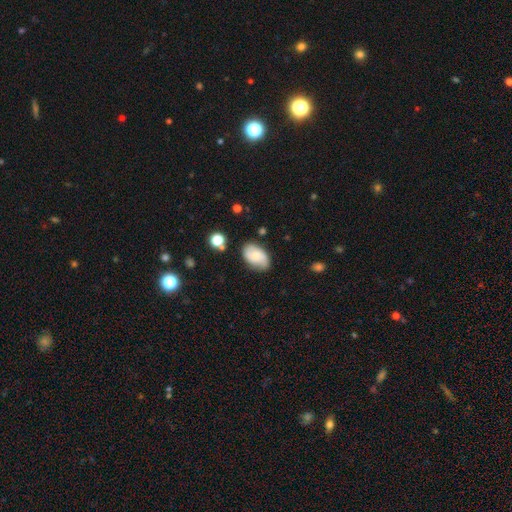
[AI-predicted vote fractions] Smooth or featured? Predicted: smooth (p=0.51). How rounded? Predicted: in between (p=0.90). Merging? Predicted: none (p=0.75).